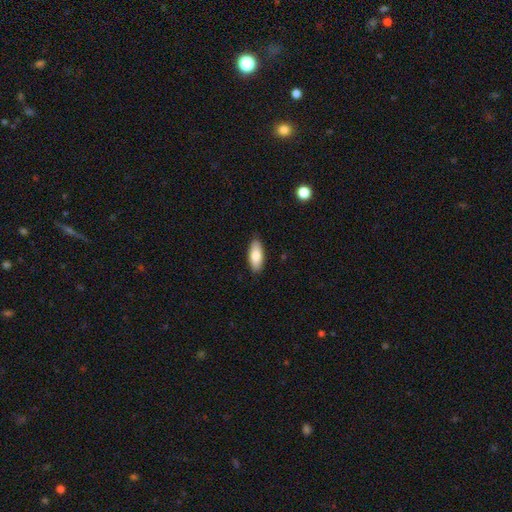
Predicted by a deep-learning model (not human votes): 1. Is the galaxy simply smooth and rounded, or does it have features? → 82% smooth, 12% featured or disk, 6% star or artifact.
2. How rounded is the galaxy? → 81% in between, 17% cigar-shaped, 2% round.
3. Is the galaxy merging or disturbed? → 87% none, 10% minor disturbance, 2% major disturbance, 1% merger.